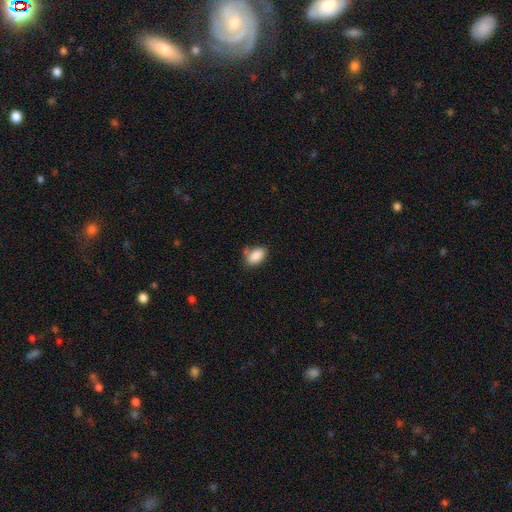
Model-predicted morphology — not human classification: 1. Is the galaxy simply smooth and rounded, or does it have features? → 87% smooth, 8% star or artifact, 5% featured or disk.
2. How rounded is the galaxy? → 91% in between, 7% round, 2% cigar-shaped.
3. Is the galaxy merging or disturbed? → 63% none, 22% minor disturbance, 9% merger, 6% major disturbance.